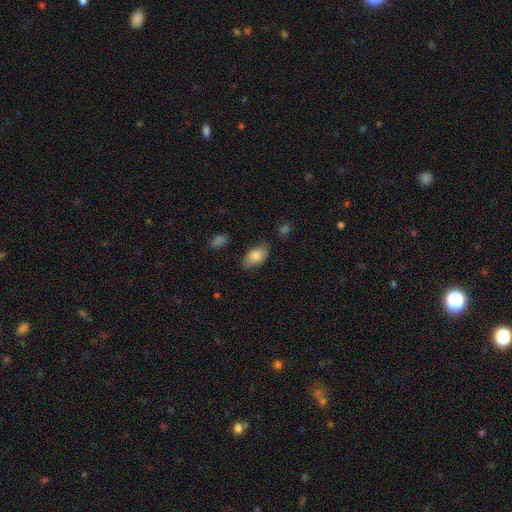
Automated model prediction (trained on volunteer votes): Q: Smooth or featured?
A: smooth (82%); runner-up: featured or disk (11%)
Q: How rounded?
A: in between (92%); runner-up: round (5%)
Q: Merging?
A: none (76%); runner-up: minor disturbance (18%)